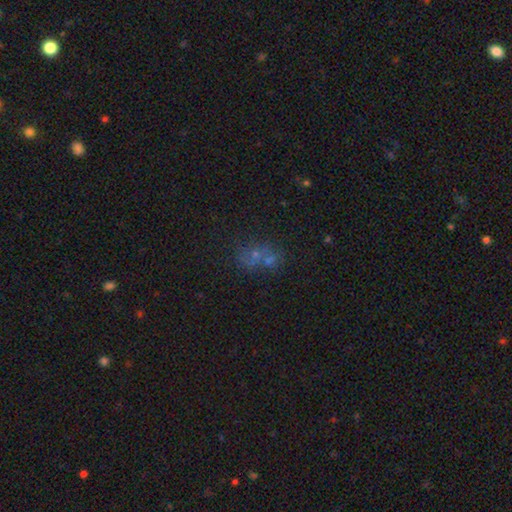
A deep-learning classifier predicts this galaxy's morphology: This is possibly a smooth galaxy (47%). Merging: marginally merger (45%).